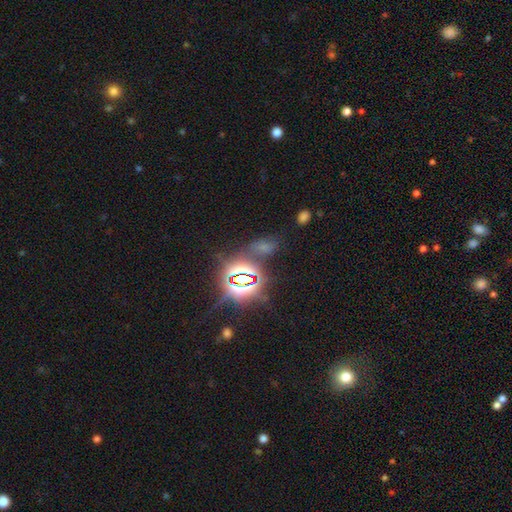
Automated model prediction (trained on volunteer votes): This is clearly a star or artifact rather than a galaxy (80%).